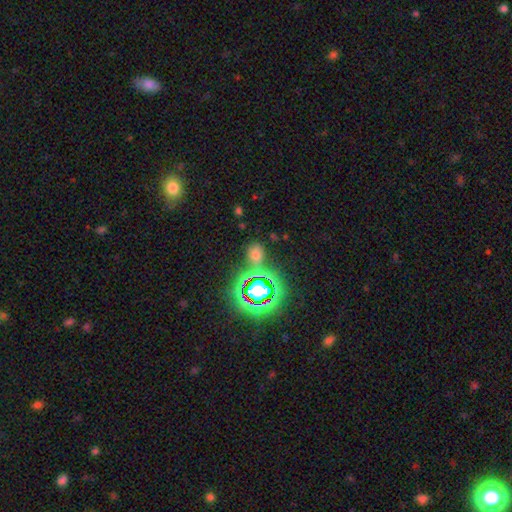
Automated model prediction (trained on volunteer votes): This appears to be a smooth galaxy with no disk features (51%) that is in between round and cigar-shaped (59%). Merging: none (71%).